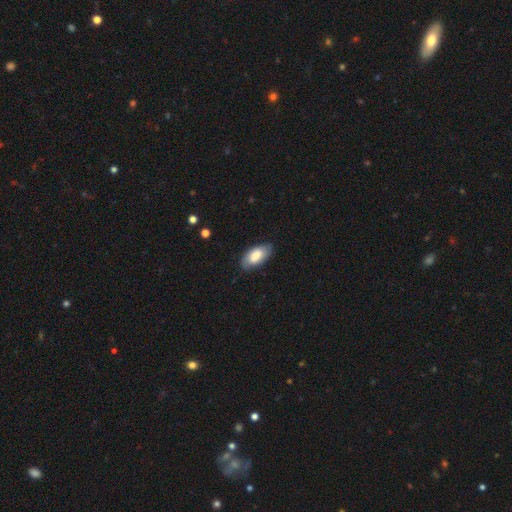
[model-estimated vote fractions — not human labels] smooth-or-featured: smooth: 75% | featured or disk: 19% | star or artifact: 6%
  how-rounded: in between: 94% | cigar-shaped: 4% | round: 2%
  merging: none: 79% | minor disturbance: 17% | major disturbance: 3% | merger: 1%